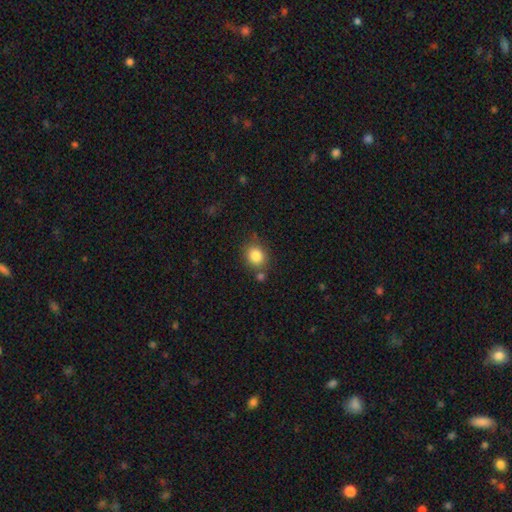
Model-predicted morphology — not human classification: This appears to be a smooth galaxy with no disk features (85%) that is round (71%). Merging: none (74%).